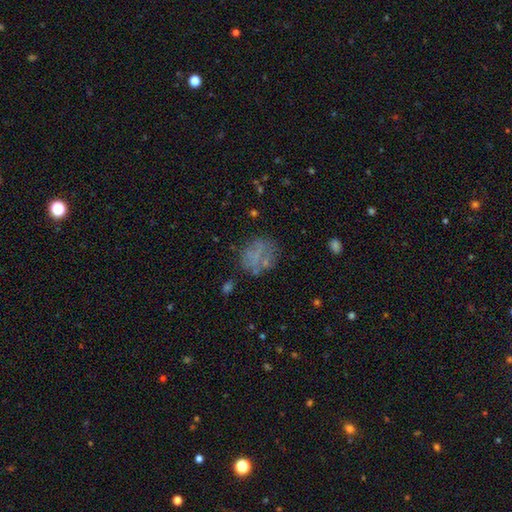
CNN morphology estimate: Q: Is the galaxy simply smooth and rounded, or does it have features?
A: smooth — 51%.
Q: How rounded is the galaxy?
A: round — 56%.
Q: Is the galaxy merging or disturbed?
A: none — 58%.